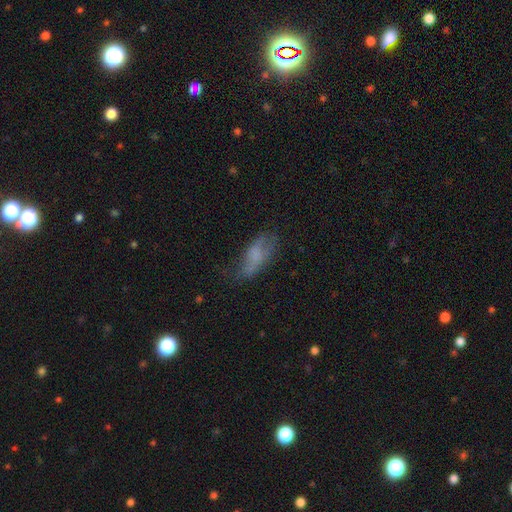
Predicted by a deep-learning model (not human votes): Morphology: type=smooth (56%); roundness=in between (76%); merging=none (44%).